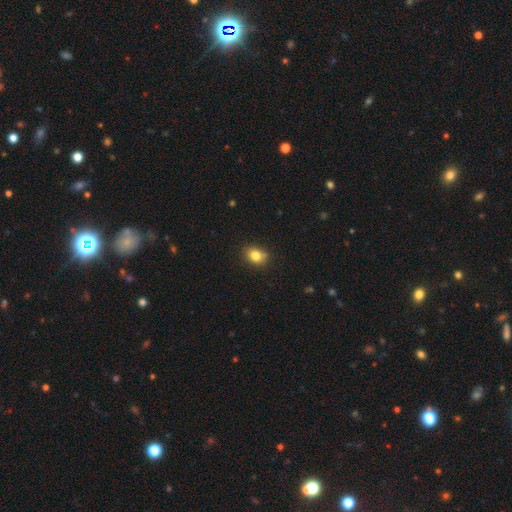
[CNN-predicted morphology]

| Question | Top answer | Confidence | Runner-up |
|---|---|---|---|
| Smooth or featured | smooth | 81% | star or artifact (11%) |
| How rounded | in between | 50% | round (49%) |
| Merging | none | 76% | minor disturbance (16%) |